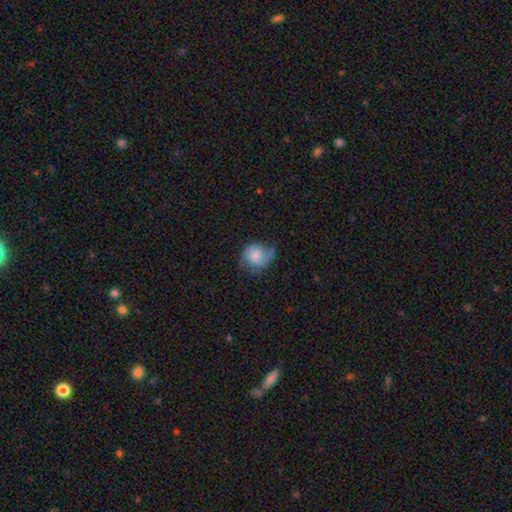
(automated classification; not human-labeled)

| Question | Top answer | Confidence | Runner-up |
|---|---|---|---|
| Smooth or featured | featured or disk | 48% | smooth (44%) |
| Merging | none | 46% | minor disturbance (31%) |